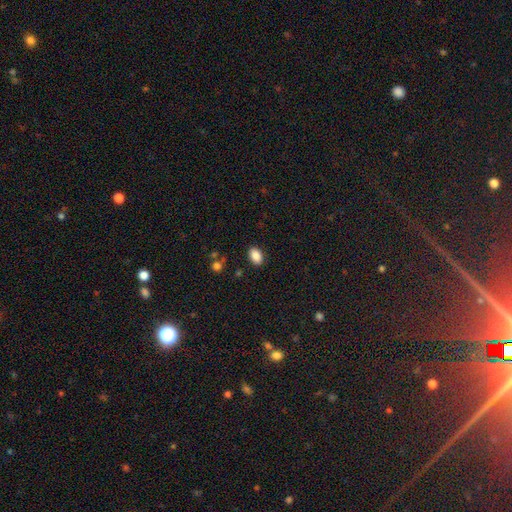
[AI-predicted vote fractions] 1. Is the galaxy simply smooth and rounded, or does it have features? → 88% smooth, 8% star or artifact, 4% featured or disk.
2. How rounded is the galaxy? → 88% in between, 11% round, 1% cigar-shaped.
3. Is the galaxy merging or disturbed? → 88% none, 8% minor disturbance, 2% major disturbance, 1% merger.